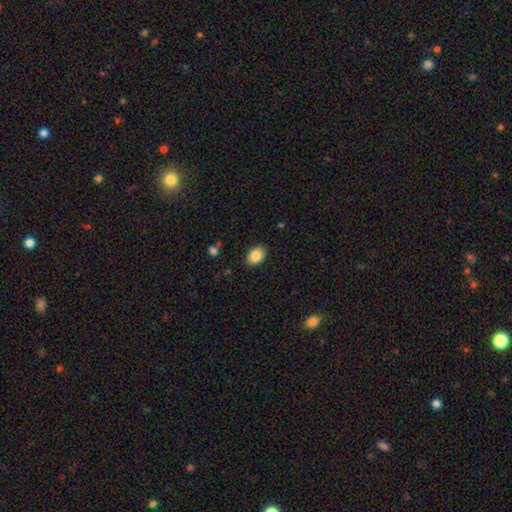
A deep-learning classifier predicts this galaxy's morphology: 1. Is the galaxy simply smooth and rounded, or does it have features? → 88% smooth, 8% star or artifact, 5% featured or disk.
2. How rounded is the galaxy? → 77% in between, 22% round, 1% cigar-shaped.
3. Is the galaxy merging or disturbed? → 87% none, 9% minor disturbance, 2% major disturbance, 1% merger.